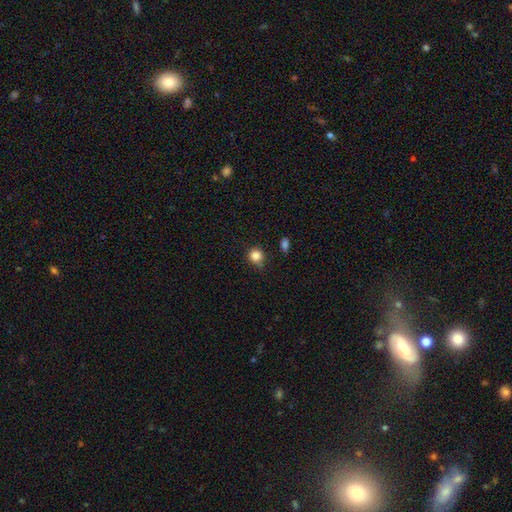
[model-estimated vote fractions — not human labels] smooth_or_featured: smooth (p=0.84) [alt: star or artifact p=0.11]
how_rounded: round (p=0.90) [alt: in between p=0.09]
merging: none (p=0.78) [alt: minor disturbance p=0.16]